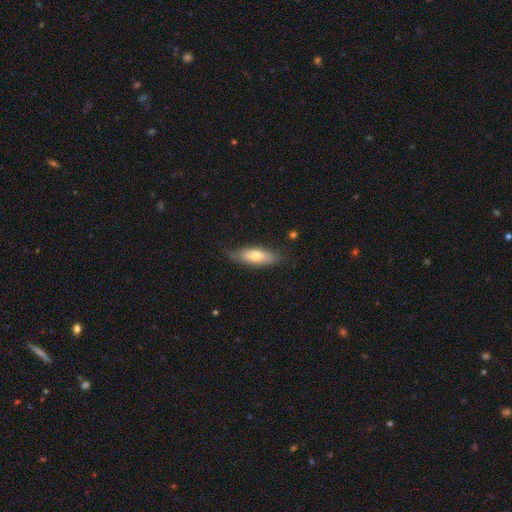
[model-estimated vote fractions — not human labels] This is likely a smooth galaxy (66%). How rounded: likely in between (62%). Merging: likely none (74%).